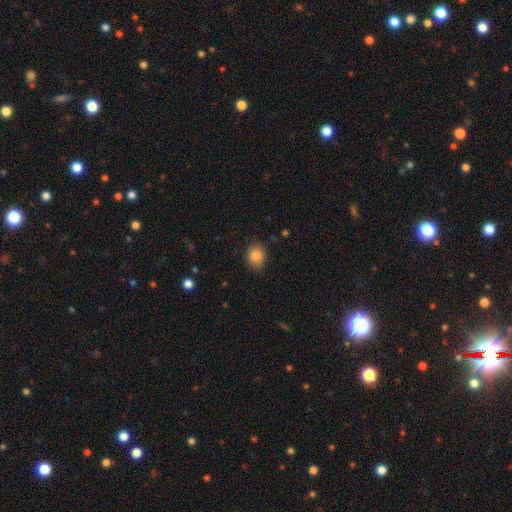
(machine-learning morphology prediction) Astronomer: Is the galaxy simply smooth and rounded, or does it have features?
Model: smooth — 85%.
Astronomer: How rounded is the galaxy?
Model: round — 54% (runner-up: in between, 46%).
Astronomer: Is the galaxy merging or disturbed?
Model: none — 85%.